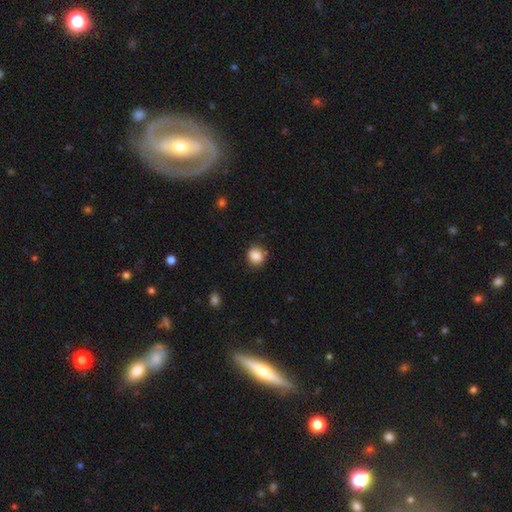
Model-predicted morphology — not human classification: This is clearly a smooth galaxy (86%). How rounded: clearly round (84%). Merging: clearly none (85%).